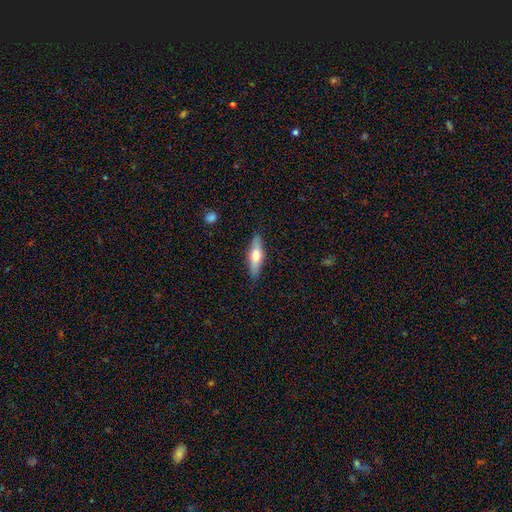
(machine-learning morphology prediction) type=smooth (54%); roundness=cigar-shaped (57%); merging=none (86%).